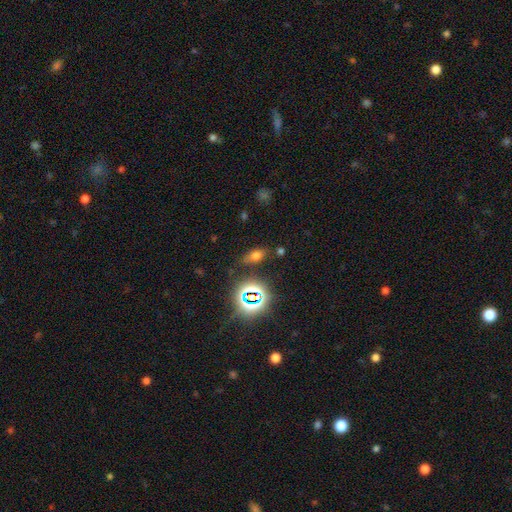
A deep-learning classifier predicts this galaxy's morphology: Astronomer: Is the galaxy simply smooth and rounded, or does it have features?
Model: smooth — 60%.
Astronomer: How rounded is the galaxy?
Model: in between — 79%.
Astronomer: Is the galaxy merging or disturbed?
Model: none — 77%.